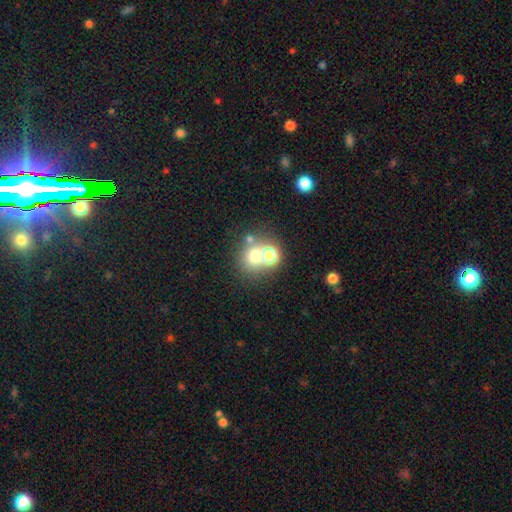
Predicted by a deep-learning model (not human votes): The model was most divided on "merging": none: 51%, merger: 37%, minor disturbance: 8%, major disturbance: 4%. More confident: how rounded — round (81%); smooth or featured — smooth (63%).